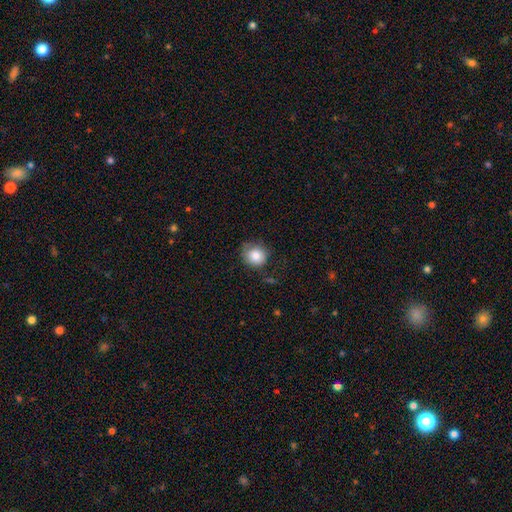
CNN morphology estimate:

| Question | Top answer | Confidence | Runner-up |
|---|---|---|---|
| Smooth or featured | smooth | 83% | star or artifact (9%) |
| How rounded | round | 83% | in between (16%) |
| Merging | none | 67% | minor disturbance (24%) |